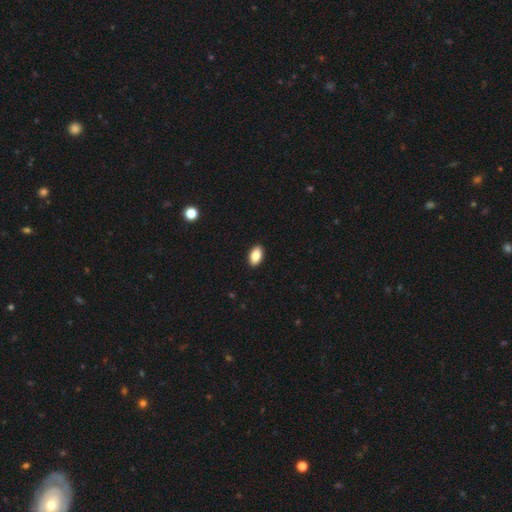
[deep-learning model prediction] Overall: smooth (86%). How rounded: in between (93%). Merging: none (91%).